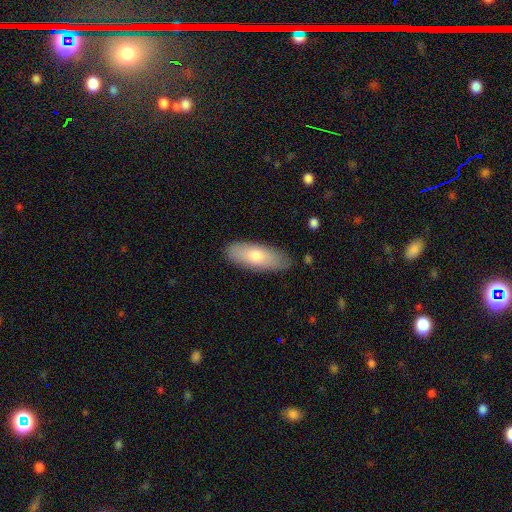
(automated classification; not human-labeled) This appears to be a smooth galaxy with no disk features (73%) that is in between round and cigar-shaped (72%). Merging: none (84%).